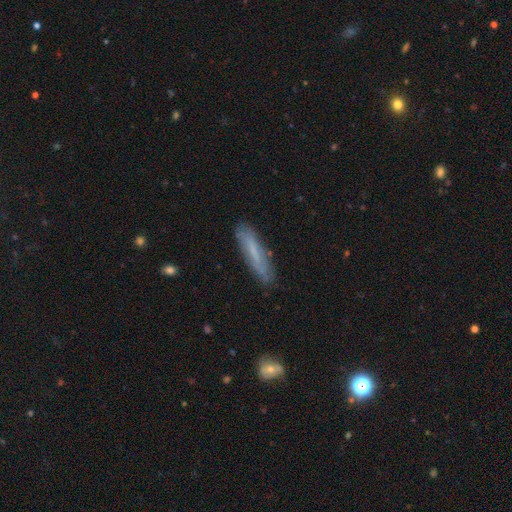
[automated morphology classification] type=smooth (61%); roundness=cigar-shaped (86%); merging=none (82%).